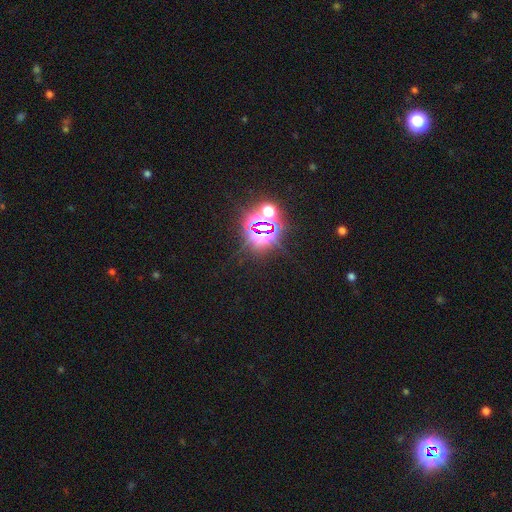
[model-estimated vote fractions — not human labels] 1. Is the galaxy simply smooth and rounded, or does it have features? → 80% star or artifact, 14% smooth, 6% featured or disk.